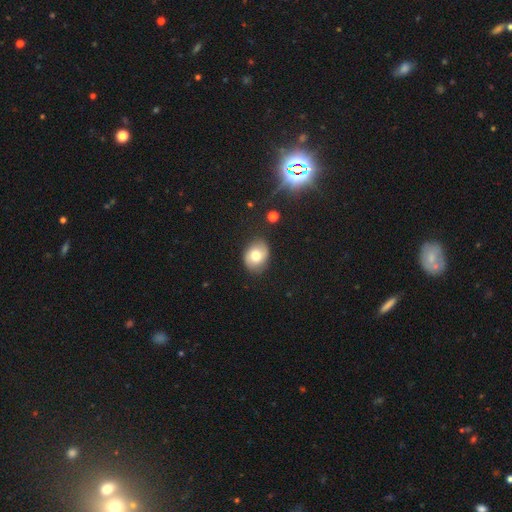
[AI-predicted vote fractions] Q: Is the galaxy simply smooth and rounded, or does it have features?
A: smooth — 73%.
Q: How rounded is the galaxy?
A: in between — 56%.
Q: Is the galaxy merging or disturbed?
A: none — 81%.